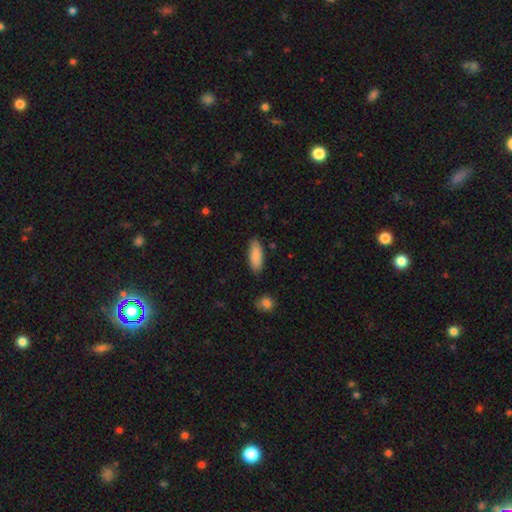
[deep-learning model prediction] The model was most divided on "how rounded": in between: 73%, cigar-shaped: 25%, round: 2%. More confident: smooth or featured — smooth (88%); merging — none (84%).